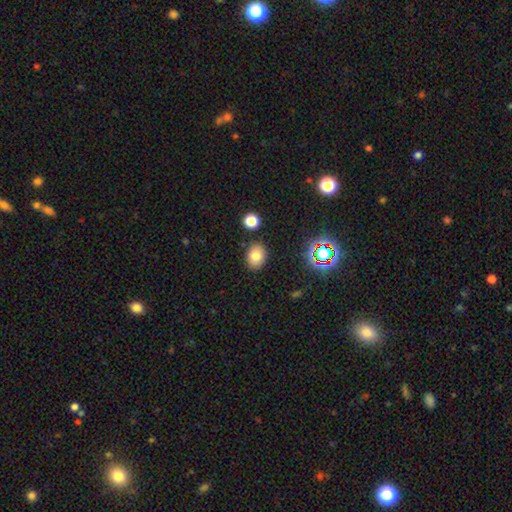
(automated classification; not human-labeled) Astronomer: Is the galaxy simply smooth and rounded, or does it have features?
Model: smooth — 77%.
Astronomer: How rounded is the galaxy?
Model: in between — 68%.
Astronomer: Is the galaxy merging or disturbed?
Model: none — 84%.